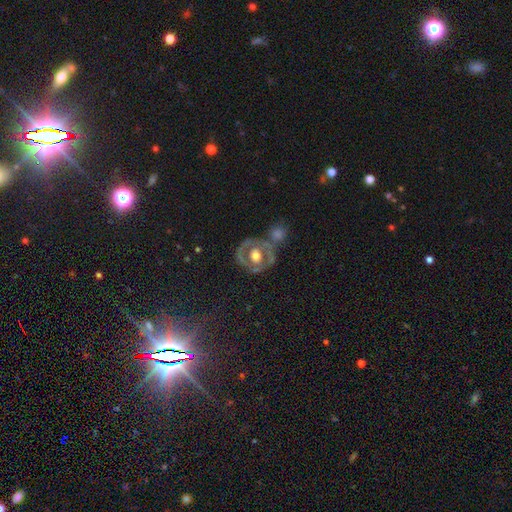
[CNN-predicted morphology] smooth-or-featured: featured or disk: 63% | smooth: 30% | star or artifact: 7%
  disk-edge-on: no: 95% | yes: 5%
    bar: no: 77% | weak: 17% | strong: 6%
    has-spiral-arms: no: 65% | yes: 35%
    bulge-size: moderate: 56% | large: 35% | small: 5% | dominant: 2% | none: 2%
  merging: none: 56% | minor disturbance: 18% | merger: 16% | major disturbance: 10%